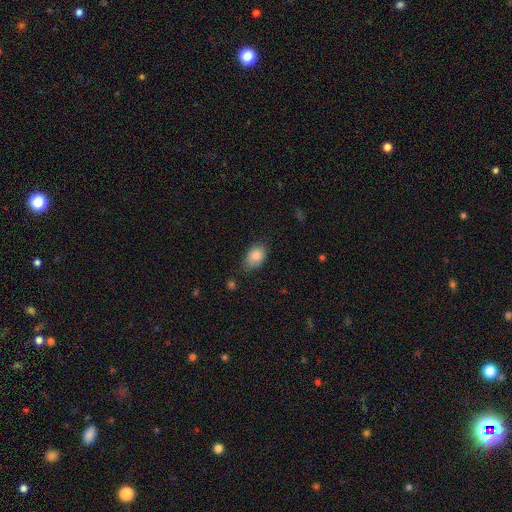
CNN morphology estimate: smooth-or-featured: smooth: 86% | star or artifact: 7% | featured or disk: 7%
  how-rounded: in between: 85% | round: 14% | cigar-shaped: 1%
  merging: none: 68% | minor disturbance: 25% | major disturbance: 5% | merger: 2%